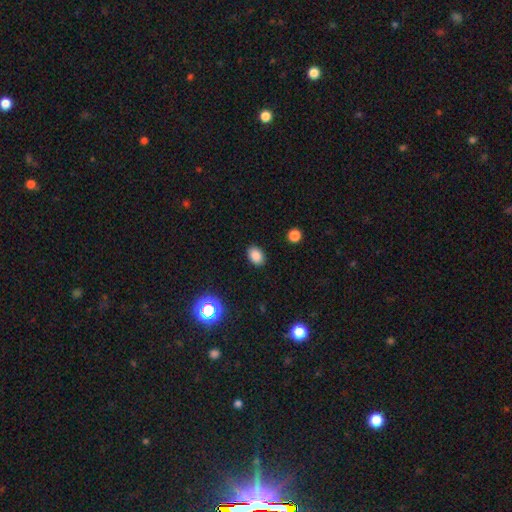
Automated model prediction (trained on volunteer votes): smooth 84%, star or artifact 12%, featured or disk 4%. Down the decision tree: how rounded — in between (80%); merging — none (89%).